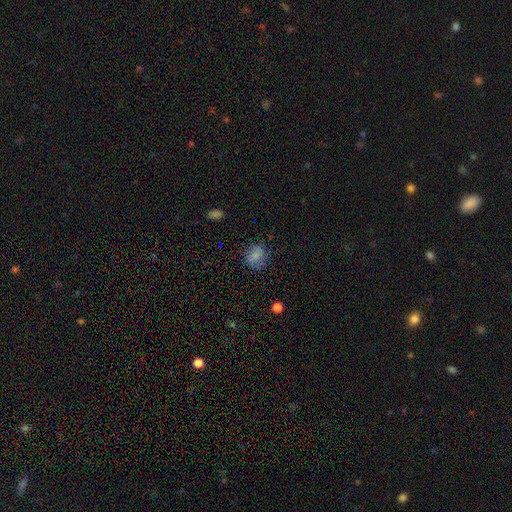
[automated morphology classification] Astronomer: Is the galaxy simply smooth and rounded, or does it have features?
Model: smooth — 80%.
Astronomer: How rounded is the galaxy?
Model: round — 75%.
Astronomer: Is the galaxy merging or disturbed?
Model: none — 79%.